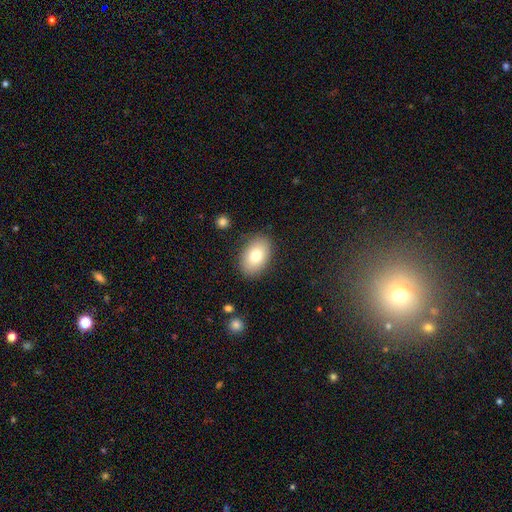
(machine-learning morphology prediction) Smooth or featured: smooth — 78% (featured or disk — 14%)
How rounded: in between — 88% (round — 11%)
Merging: none — 87% (minor disturbance — 9%)